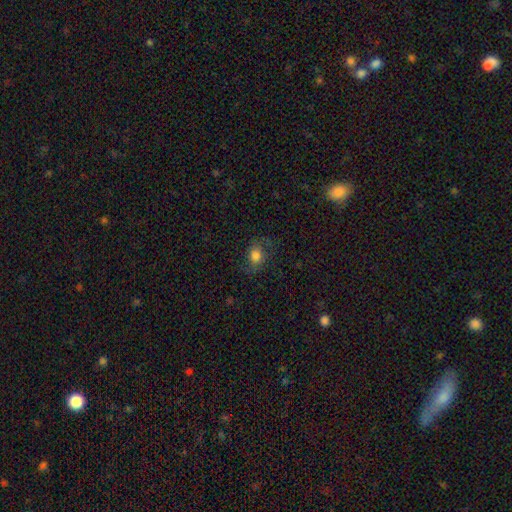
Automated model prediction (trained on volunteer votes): Smooth or featured: smooth — 72% (featured or disk — 16%)
How rounded: round — 50% (in between — 48%)
Merging: none — 68% (minor disturbance — 20%)